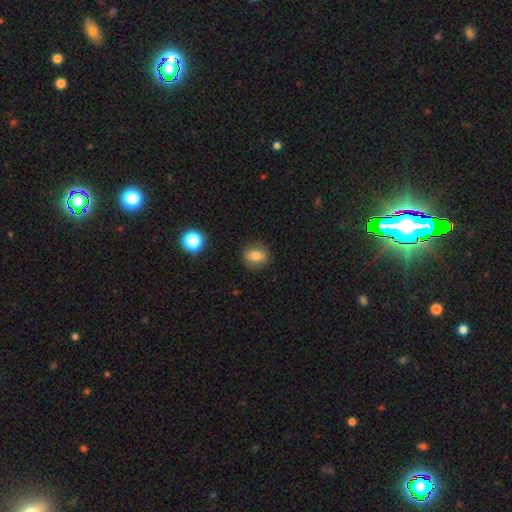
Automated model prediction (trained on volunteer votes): smooth-or-featured: smooth: 78% | featured or disk: 12% | star or artifact: 11%
  how-rounded: round: 57% | in between: 41% | cigar-shaped: 2%
  merging: none: 87% | minor disturbance: 10% | major disturbance: 2% | merger: 1%